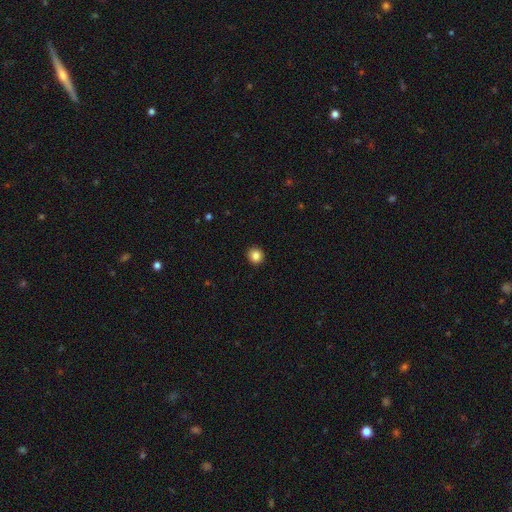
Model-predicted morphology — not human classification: smooth_or_featured: smooth (p=0.85) [alt: star or artifact p=0.10]
how_rounded: round (p=0.91) [alt: in between p=0.08]
merging: none (p=0.93) [alt: minor disturbance p=0.05]